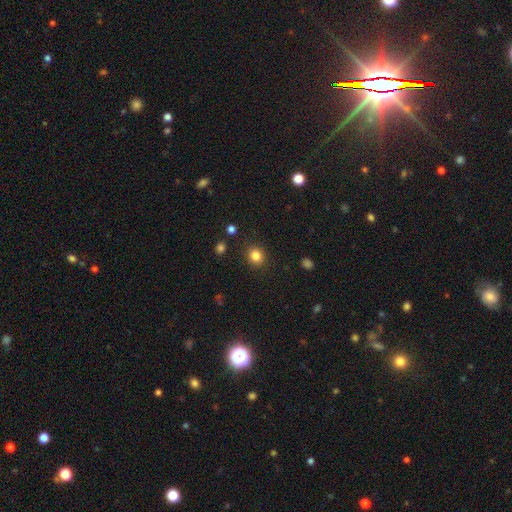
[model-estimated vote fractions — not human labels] Morphology: type=smooth (84%); roundness=round (77%); merging=none (88%).